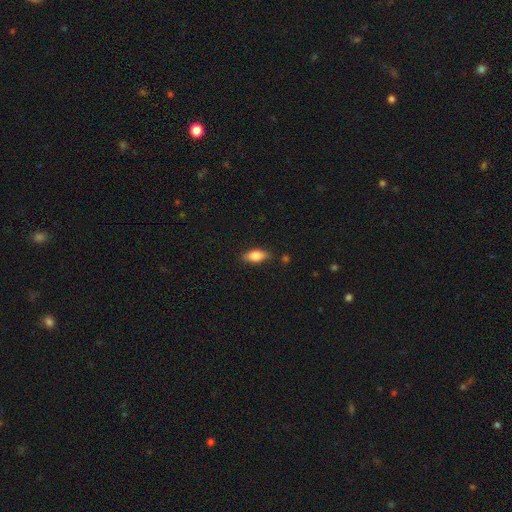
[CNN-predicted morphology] type=smooth (79%); roundness=in between (83%); merging=none (84%).